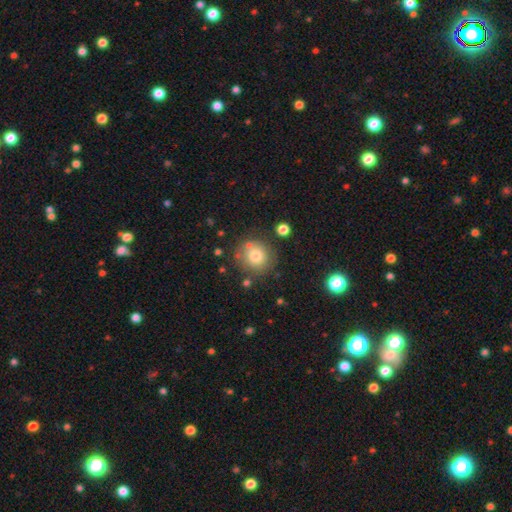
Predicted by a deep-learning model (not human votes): This appears to be a smooth galaxy with no disk features (76%) that is round (92%). Merging: none (76%).